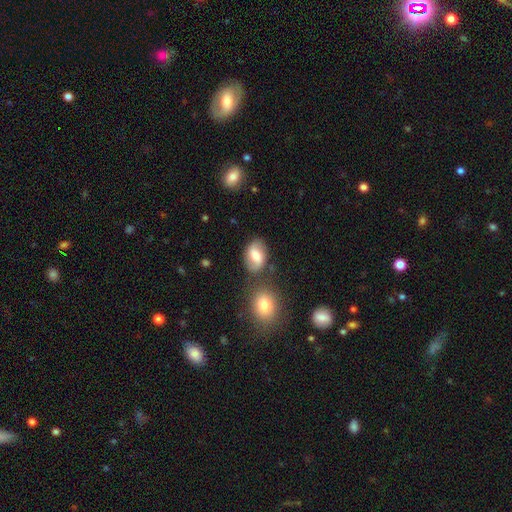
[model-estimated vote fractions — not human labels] smooth_or_featured: smooth (p=0.57) [alt: featured or disk p=0.35]
how_rounded: in between (p=0.81) [alt: round p=0.17]
merging: none (p=0.70) [alt: minor disturbance p=0.16]